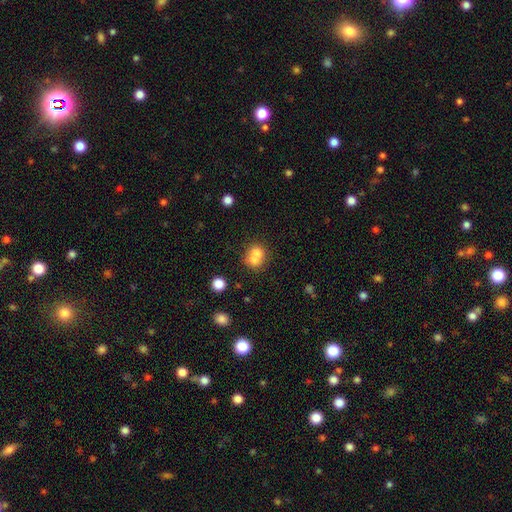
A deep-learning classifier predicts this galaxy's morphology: smooth 70%, featured or disk 19%, star or artifact 11%. Down the decision tree: how rounded — round (70%); merging — merger (58%).